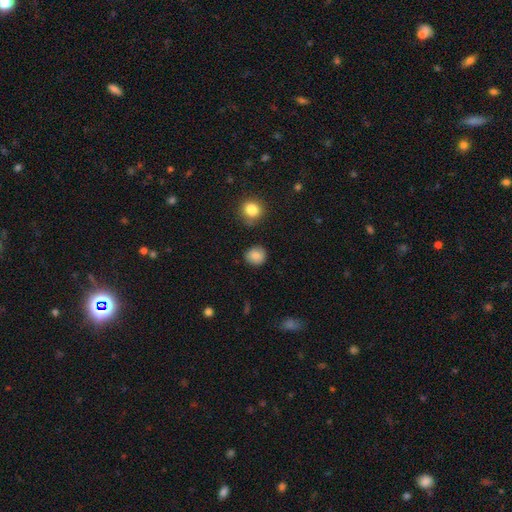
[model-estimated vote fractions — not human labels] A smooth galaxy with no disk features (86%) that is round (85%). Merging: none (85%).